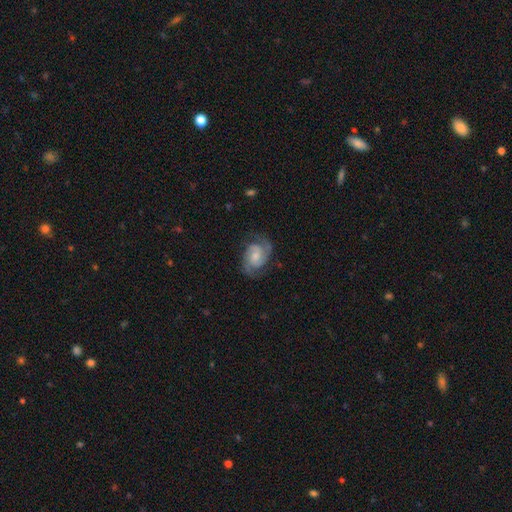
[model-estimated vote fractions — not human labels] This appears to be a featured or disk galaxy (84%) with no bar (55%), 2 (85%) medium (49%) spiral arms (97%) and a moderate central bulge (45%). Merging: none (73%).